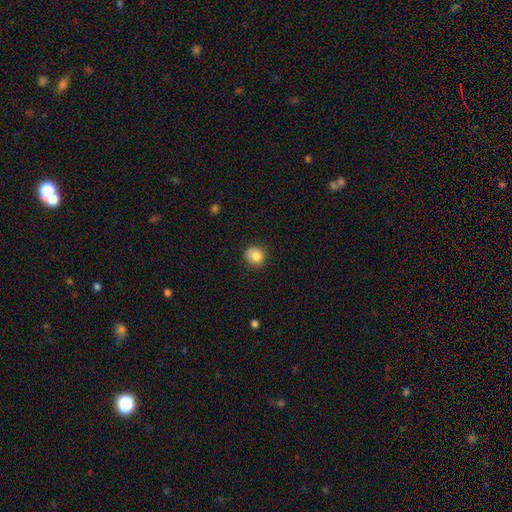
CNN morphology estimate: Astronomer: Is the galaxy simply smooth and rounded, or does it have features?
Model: smooth — 85%.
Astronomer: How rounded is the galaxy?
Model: round — 88%.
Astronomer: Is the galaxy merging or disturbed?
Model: none — 83%.